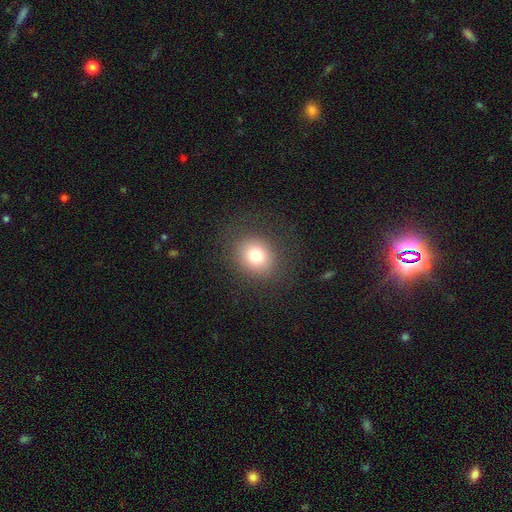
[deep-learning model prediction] A smooth galaxy with no disk features (76%) that is round (69%).

Vote fractions:
- Smooth or featured? smooth: 76% / star or artifact: 13% / featured or disk: 11%
- How rounded? round: 69% / in between: 31% / cigar-shaped: 1%
- Merging? none: 85% / minor disturbance: 9% / major disturbance: 5% / merger: 1%